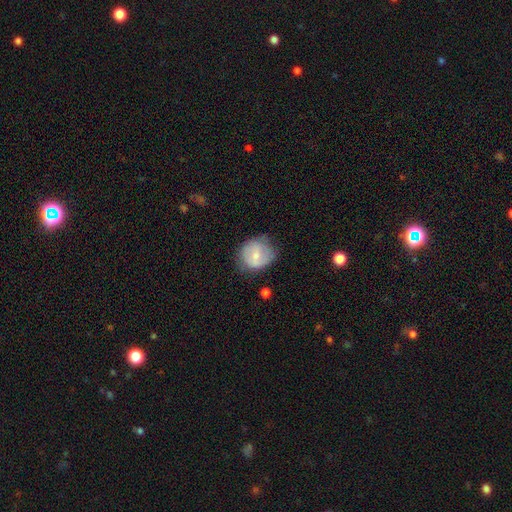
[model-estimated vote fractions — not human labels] This is possibly a smooth galaxy (57%). How rounded: likely round (75%). Merging: possibly none (58%).